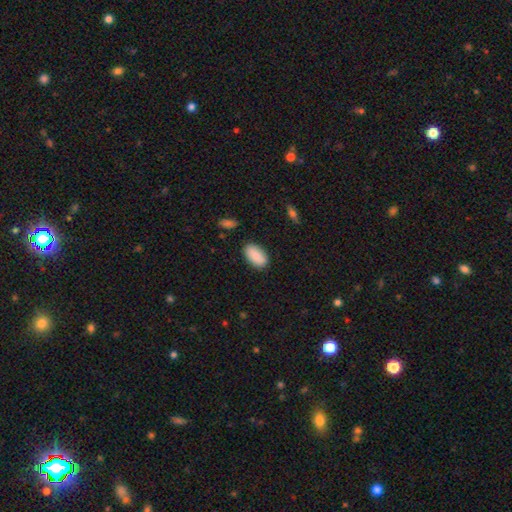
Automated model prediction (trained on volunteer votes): smooth 90%, star or artifact 6%, featured or disk 4%. Down the decision tree: how rounded — in between (94%); merging — none (86%).